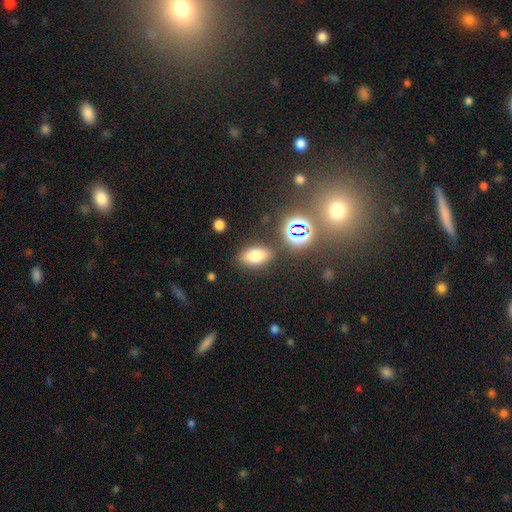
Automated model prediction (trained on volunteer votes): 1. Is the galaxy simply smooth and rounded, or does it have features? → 70% smooth, 17% star or artifact, 12% featured or disk.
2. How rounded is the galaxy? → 85% in between, 10% round, 4% cigar-shaped.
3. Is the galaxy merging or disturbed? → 82% none, 10% minor disturbance, 4% merger, 4% major disturbance.